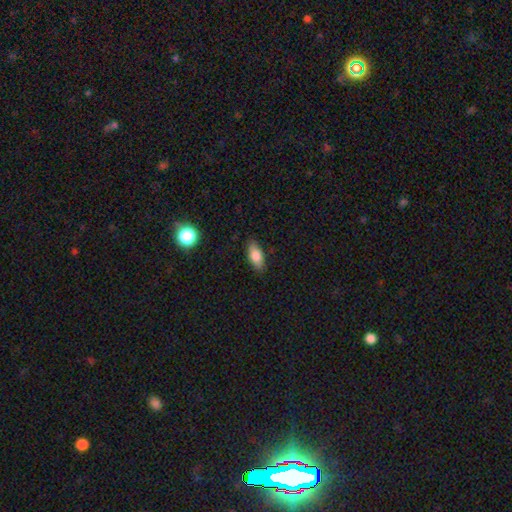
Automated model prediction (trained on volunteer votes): Smooth or featured?
  - smooth: 81% *
  - featured or disk: 12%
  - star or artifact: 8%
How rounded?
  - in between: 83% *
  - cigar-shaped: 14%
  - round: 3%
Merging?
  - none: 86% *
  - minor disturbance: 11%
  - major disturbance: 2%
  - merger: 1%